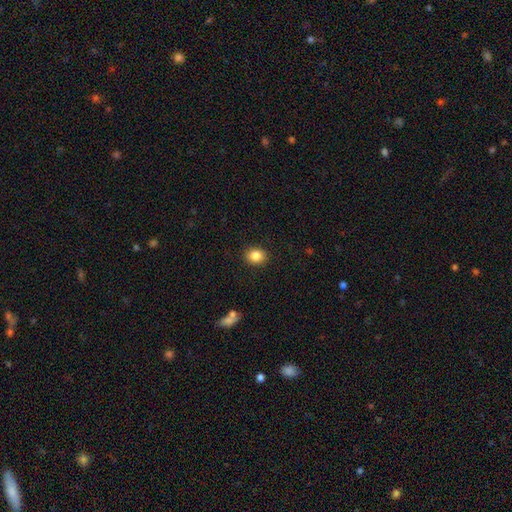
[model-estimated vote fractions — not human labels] This appears to be a smooth galaxy with no disk features (85%) that is round (55%). Merging: none (90%).